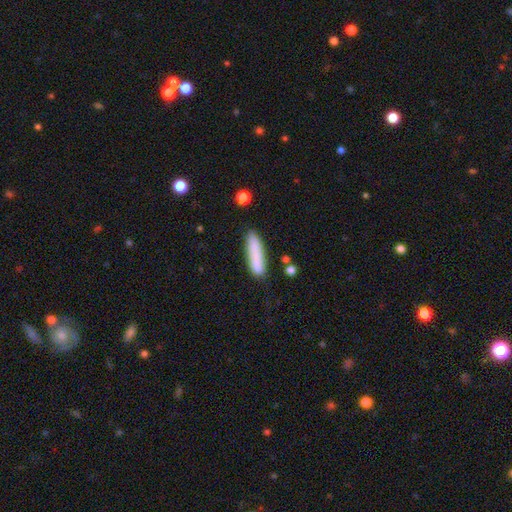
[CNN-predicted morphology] This appears to be a smooth galaxy with no disk features (83%) that is cigar-shaped (78%). Merging: none (81%).